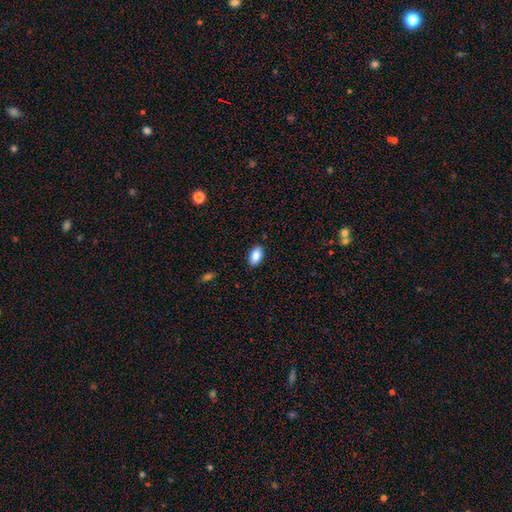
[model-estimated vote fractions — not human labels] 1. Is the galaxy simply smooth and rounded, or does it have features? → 87% smooth, 7% star or artifact, 6% featured or disk.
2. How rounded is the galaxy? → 93% in between, 5% round, 3% cigar-shaped.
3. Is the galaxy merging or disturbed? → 88% none, 9% minor disturbance, 2% major disturbance, 1% merger.